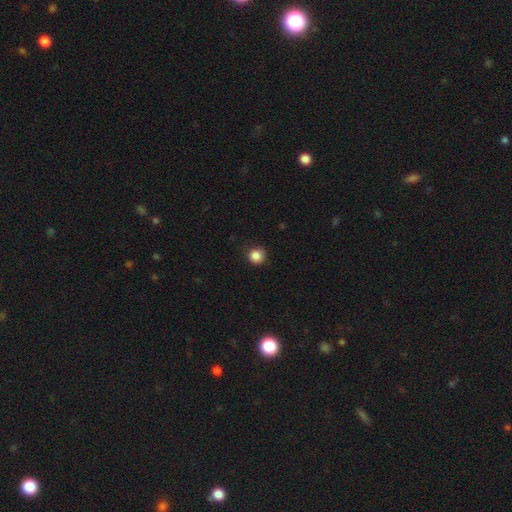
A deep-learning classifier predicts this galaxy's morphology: Overall: smooth (86%). How rounded: round (93%). Merging: none (87%).